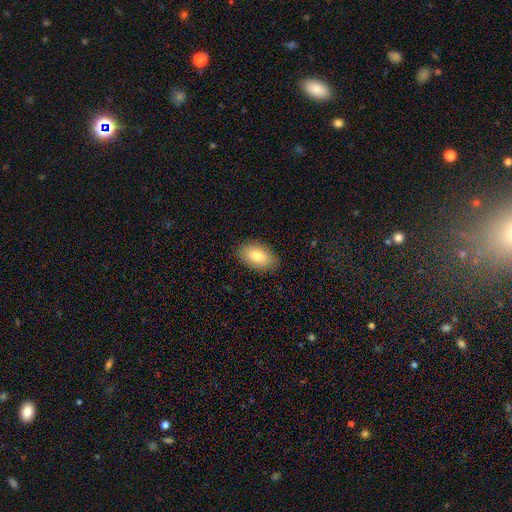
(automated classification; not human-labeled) Q: Smooth or featured?
A: smooth (80%); runner-up: featured or disk (13%)
Q: How rounded?
A: in between (92%); runner-up: round (7%)
Q: Merging?
A: none (86%); runner-up: minor disturbance (10%)